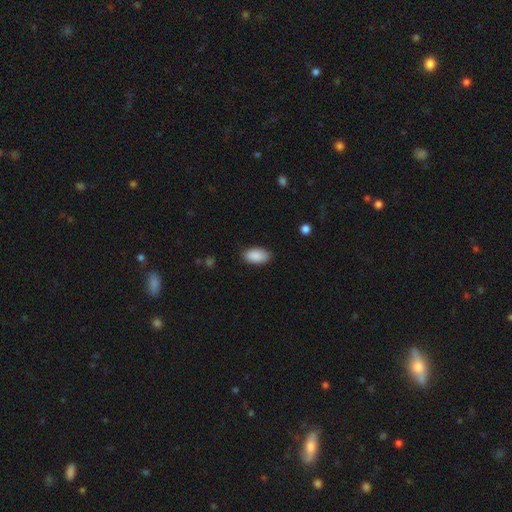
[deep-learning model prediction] A smooth galaxy with no disk features (90%) that is in between round and cigar-shaped (95%). Merging: none (85%).